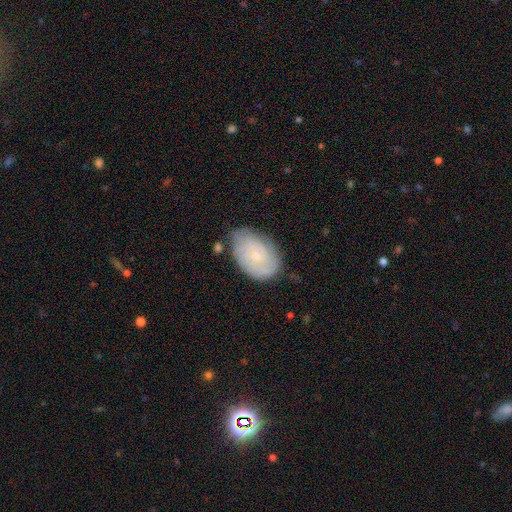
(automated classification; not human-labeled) Smooth or featured? Predicted: featured or disk (p=0.60). Edge-on disk? Predicted: no (p=0.96). Bar? Predicted: no (p=0.80). Spiral arms? Predicted: yes (p=0.81). Bulge size? Predicted: small (p=0.76). Merging? Predicted: none (p=0.66).